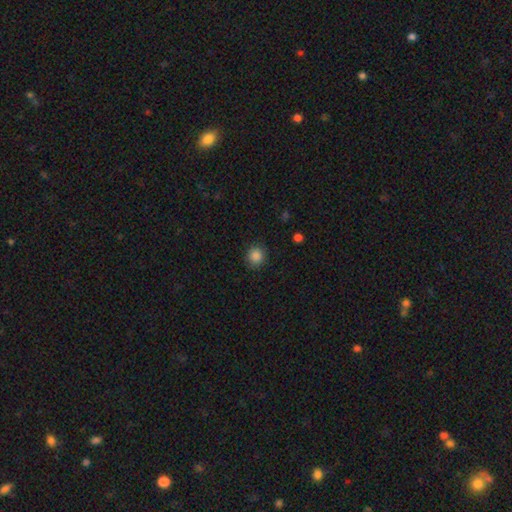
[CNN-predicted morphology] type=smooth (87%); roundness=round (88%); merging=none (89%).